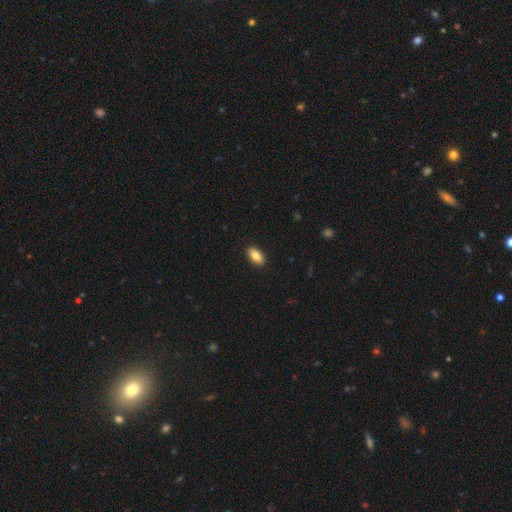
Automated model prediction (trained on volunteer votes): Morphology: type=smooth (85%); roundness=in between (91%); merging=none (91%).